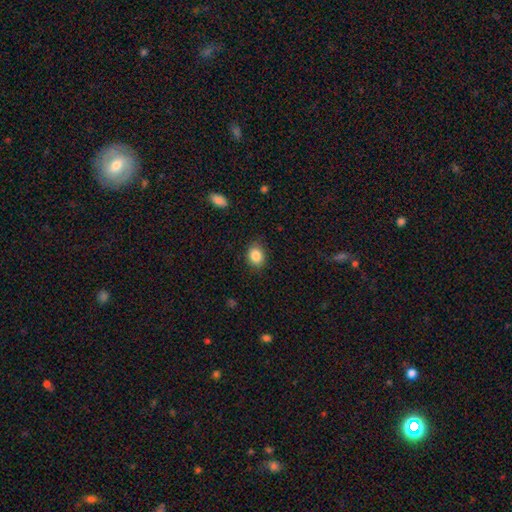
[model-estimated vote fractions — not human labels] This appears to be a smooth galaxy with no disk features (86%) that is in between round and cigar-shaped (53%). Merging: none (84%).